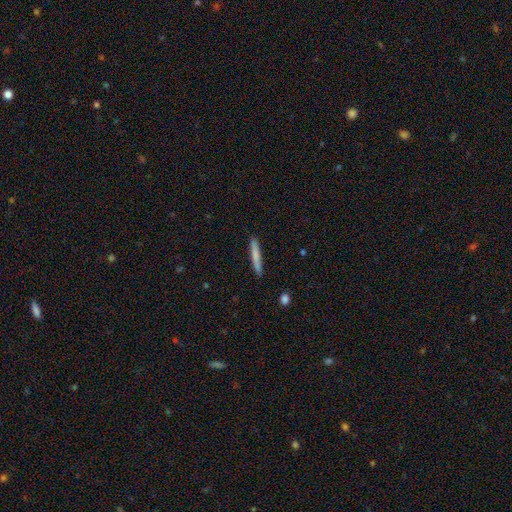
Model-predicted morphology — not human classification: smooth 75%, featured or disk 19%, star or artifact 6%. Down the decision tree: how rounded — cigar-shaped (96%); merging — none (90%).